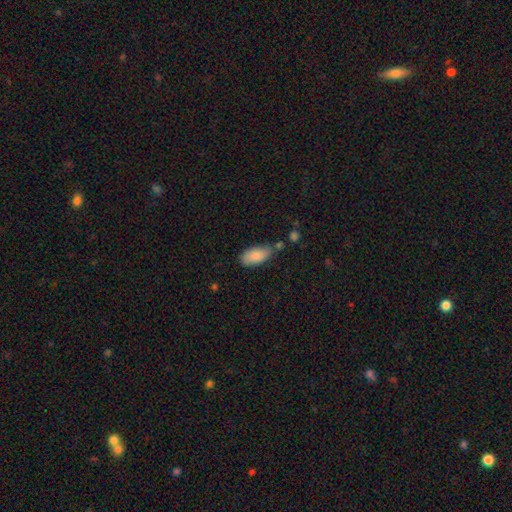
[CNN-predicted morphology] This is clearly a smooth galaxy (86%). How rounded: clearly in between (90%). Merging: likely none (63%).